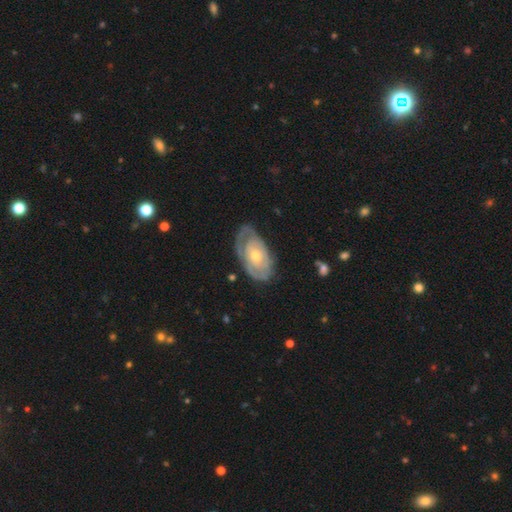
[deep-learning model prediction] featured or disk 72%, smooth 23%, star or artifact 5%. Down the decision tree: edge-on disk — no (94%); bar — no (81%); spiral arms — yes (72%); bulge size — moderate (49%); merging — none (63%).